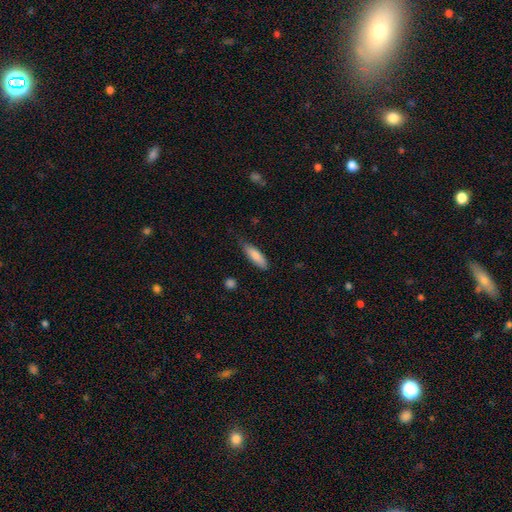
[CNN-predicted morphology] smooth 83%, featured or disk 11%, star or artifact 6%. Down the decision tree: how rounded — cigar-shaped (54%); merging — none (76%).